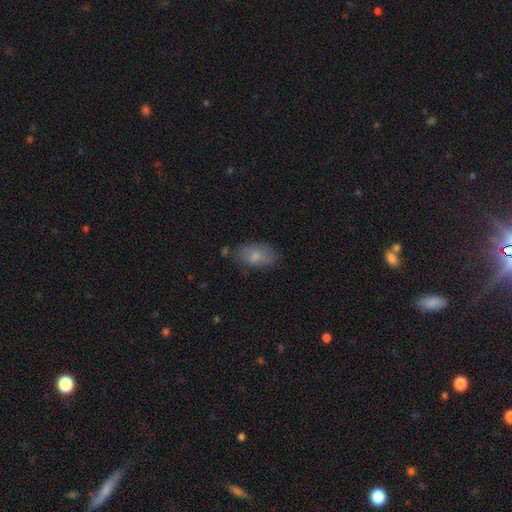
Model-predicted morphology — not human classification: Smooth or featured? Predicted: smooth (p=0.76). How rounded? Predicted: in between (p=0.92). Merging? Predicted: none (p=0.69).